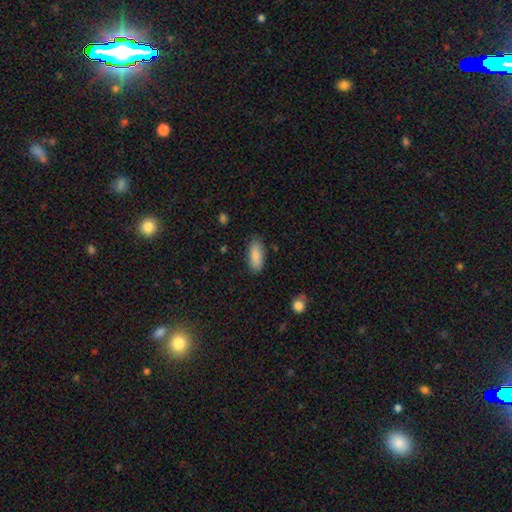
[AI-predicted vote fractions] Smooth or featured? smooth (87%)
How rounded? in between (78%)
Merging? none (83%)